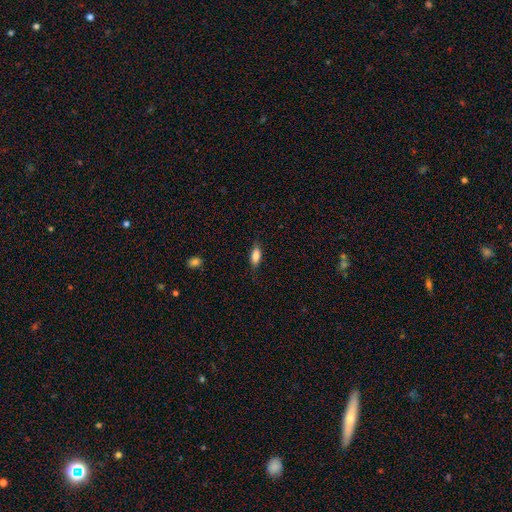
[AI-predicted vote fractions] This is clearly a smooth galaxy (83%). How rounded: likely in between (76%). Merging: likely none (80%).